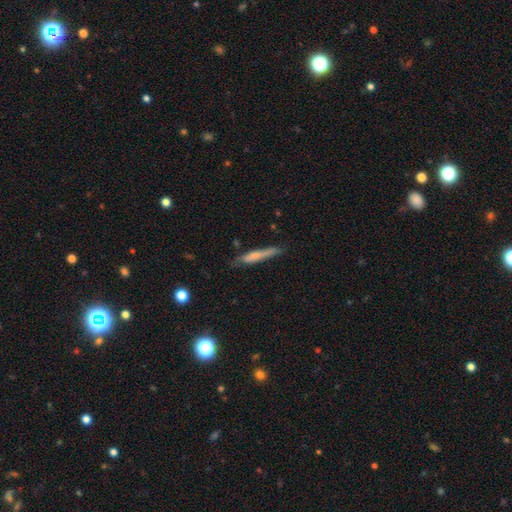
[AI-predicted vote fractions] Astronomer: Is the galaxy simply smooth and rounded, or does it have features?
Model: smooth — 58% (runner-up: featured or disk, 35%).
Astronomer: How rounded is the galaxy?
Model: cigar-shaped — 93%.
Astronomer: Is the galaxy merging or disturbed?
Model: none — 69%.